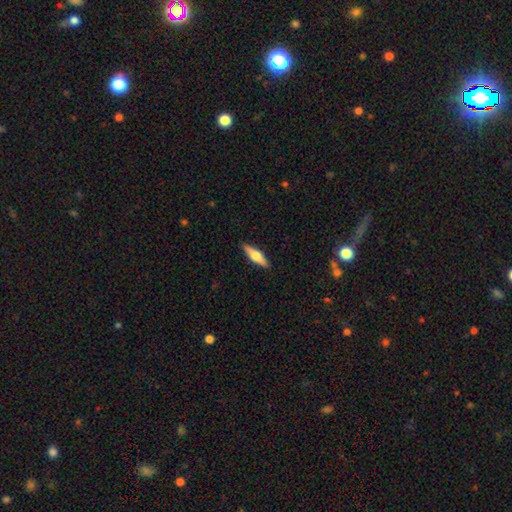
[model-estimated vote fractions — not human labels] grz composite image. It shows a featured or disk galaxy (54%) viewed edge-on (95%) with a rounded central bulge (93%). Merging: none (90%).